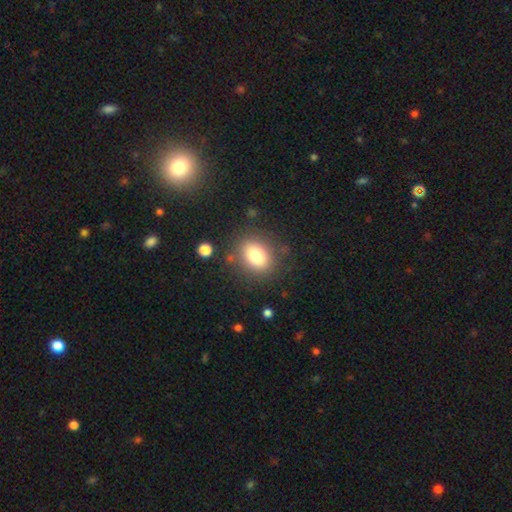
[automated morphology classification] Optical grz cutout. It shows a smooth galaxy with no disk features (79%) that is in between round and cigar-shaped (57%). Merging: none (81%).